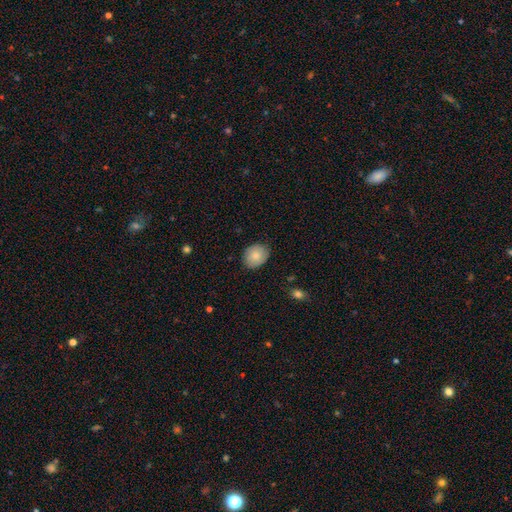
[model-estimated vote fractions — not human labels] Morphology: type=smooth (84%); roundness=round (55%); merging=none (83%).